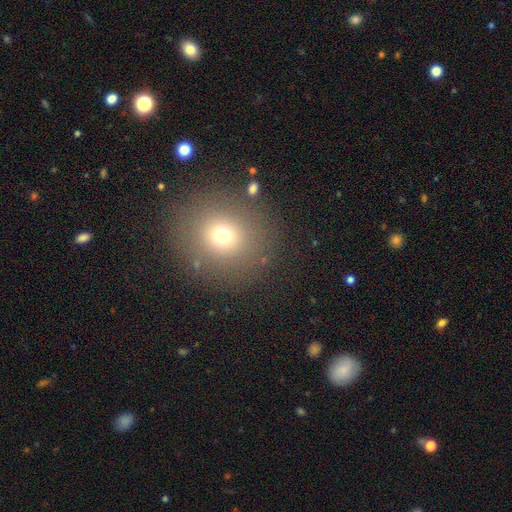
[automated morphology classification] A smooth galaxy with no disk features (65%) that is round (84%). Merging: none (88%).